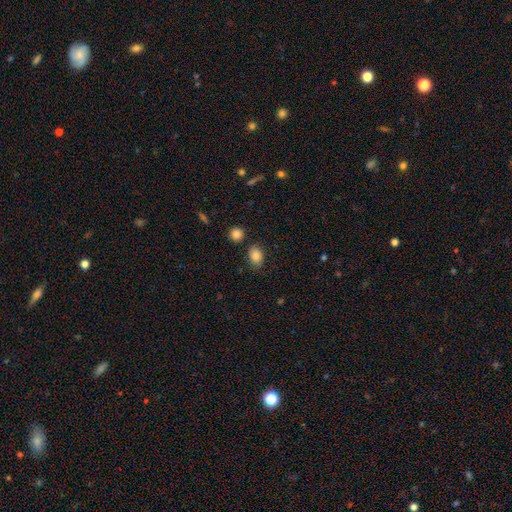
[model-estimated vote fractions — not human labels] Overall: smooth (86%). How rounded: in between (78%). Merging: none (78%).